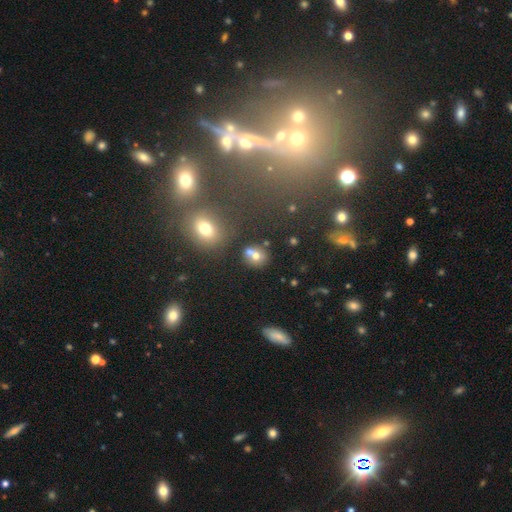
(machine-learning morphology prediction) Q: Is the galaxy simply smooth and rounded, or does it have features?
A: smooth — 66%.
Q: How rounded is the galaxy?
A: round — 69%.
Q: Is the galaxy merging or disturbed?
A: none — 52%.